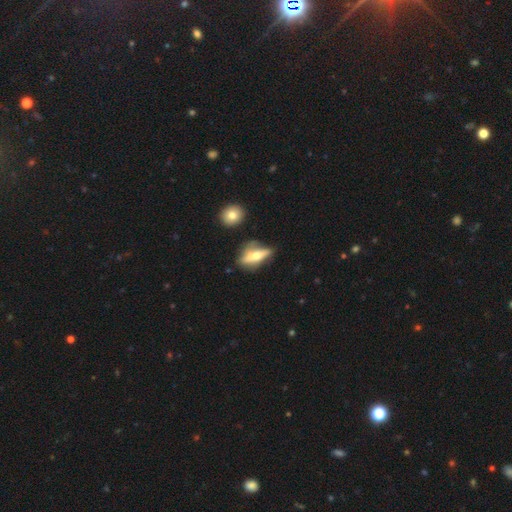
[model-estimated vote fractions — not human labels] Smooth or featured? featured or disk (52%)
Edge-on disk? yes (69%)
Merging? none (59%)